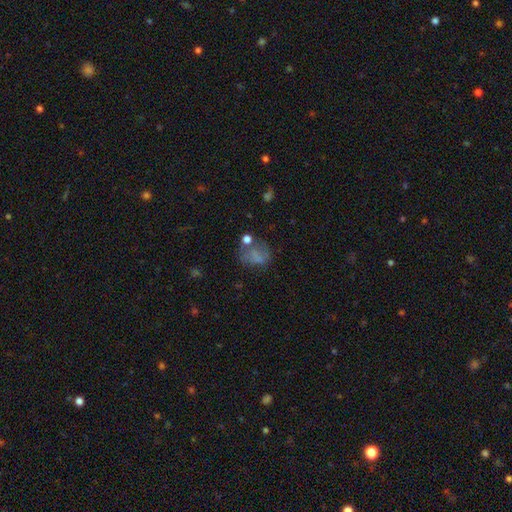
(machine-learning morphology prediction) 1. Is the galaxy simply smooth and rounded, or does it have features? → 55% smooth, 25% featured or disk, 19% star or artifact.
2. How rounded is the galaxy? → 50% round, 48% in between, 2% cigar-shaped.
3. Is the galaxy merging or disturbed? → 42% none, 25% major disturbance, 21% minor disturbance, 12% merger.